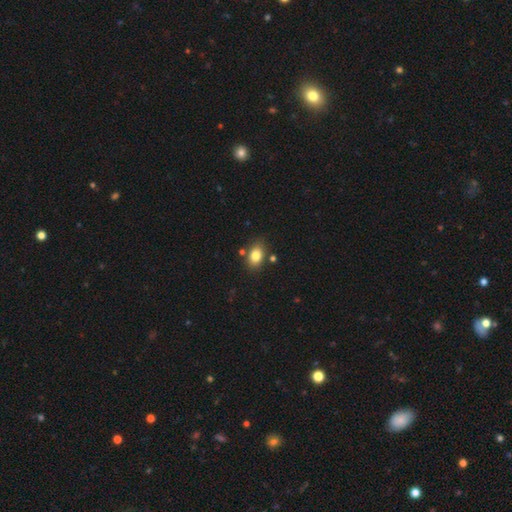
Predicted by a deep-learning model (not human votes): This is clearly a smooth galaxy (82%). How rounded: likely in between (79%). Merging: likely none (79%).